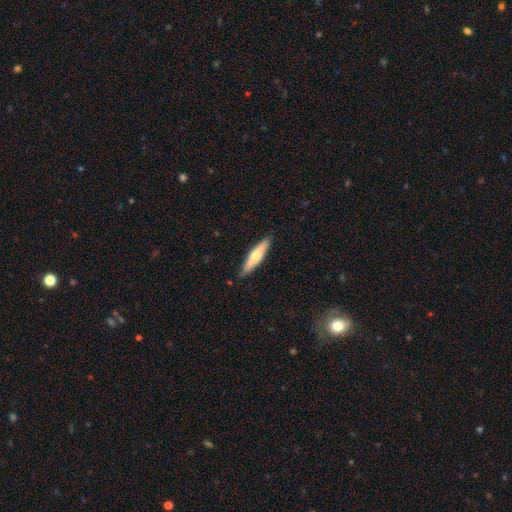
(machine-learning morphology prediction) A smooth galaxy with no disk features (50%). Merging: none (87%).